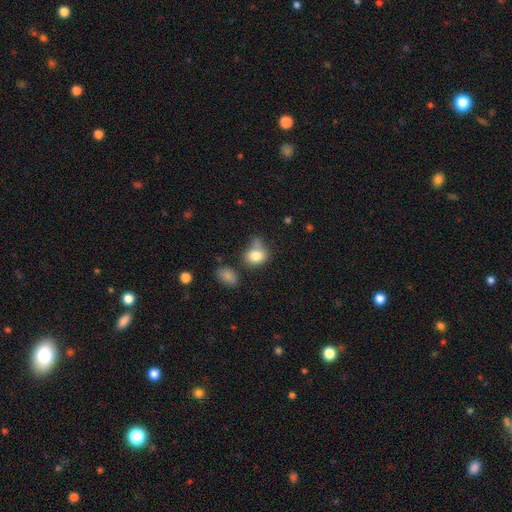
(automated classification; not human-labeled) Q: Smooth or featured?
A: smooth (80%); runner-up: star or artifact (10%)
Q: How rounded?
A: in between (54%); runner-up: round (45%)
Q: Merging?
A: none (44%); runner-up: minor disturbance (27%)